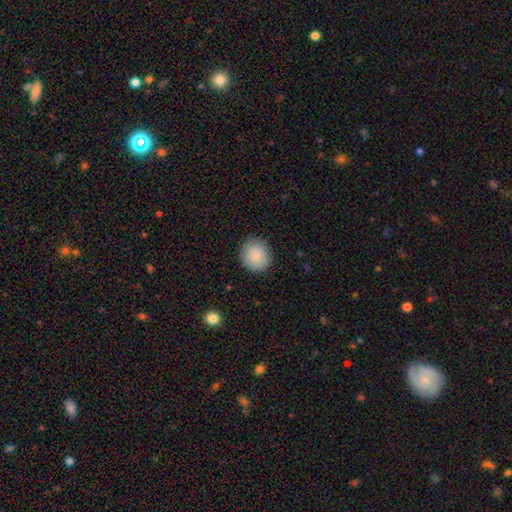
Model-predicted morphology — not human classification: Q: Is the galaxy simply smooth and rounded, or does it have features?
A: smooth — 86%.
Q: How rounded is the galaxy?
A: round — 87%.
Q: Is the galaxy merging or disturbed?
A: none — 88%.